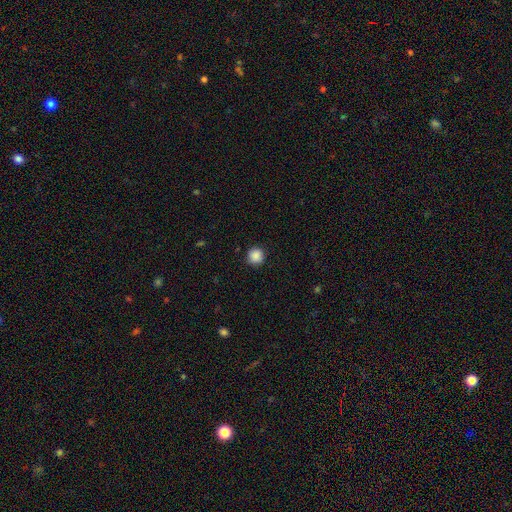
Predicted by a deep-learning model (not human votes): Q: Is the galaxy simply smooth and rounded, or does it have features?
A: smooth — 88%.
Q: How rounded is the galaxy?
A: round — 95%.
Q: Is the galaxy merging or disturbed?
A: none — 90%.